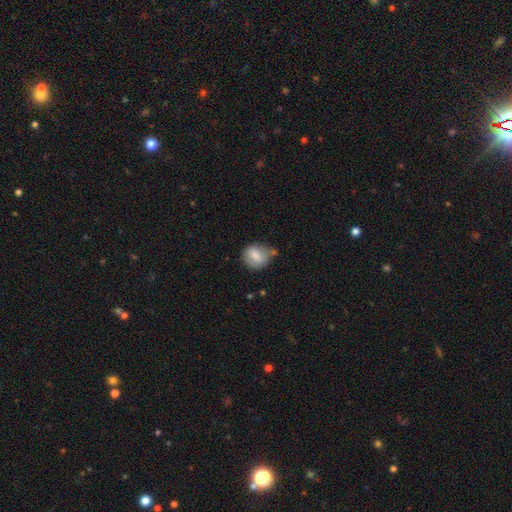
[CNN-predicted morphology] smooth-or-featured: smooth: 73% | featured or disk: 19% | star or artifact: 8%
  how-rounded: round: 67% | in between: 31% | cigar-shaped: 2%
  merging: none: 62% | minor disturbance: 23% | merger: 8% | major disturbance: 6%